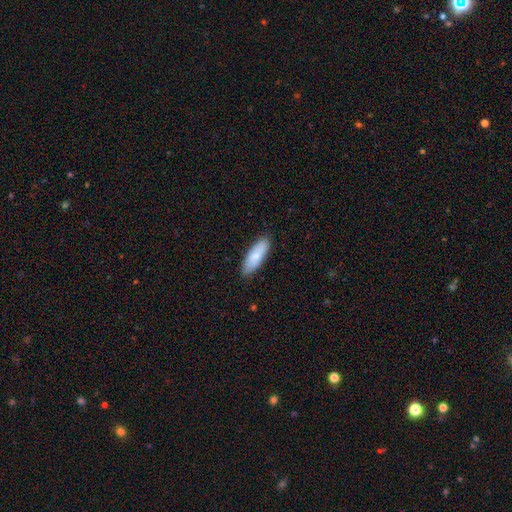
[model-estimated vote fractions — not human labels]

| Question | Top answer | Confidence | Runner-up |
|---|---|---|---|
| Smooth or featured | smooth | 78% | featured or disk (17%) |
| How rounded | in between | 58% | cigar-shaped (40%) |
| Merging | none | 87% | minor disturbance (10%) |